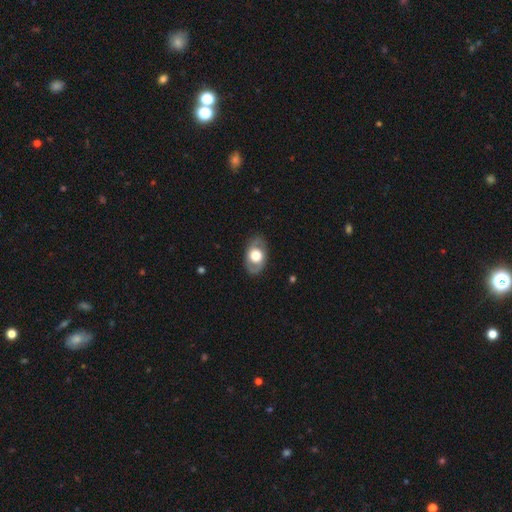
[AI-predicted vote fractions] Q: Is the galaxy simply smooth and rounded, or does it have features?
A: featured or disk — 48%.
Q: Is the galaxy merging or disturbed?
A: none — 81%.